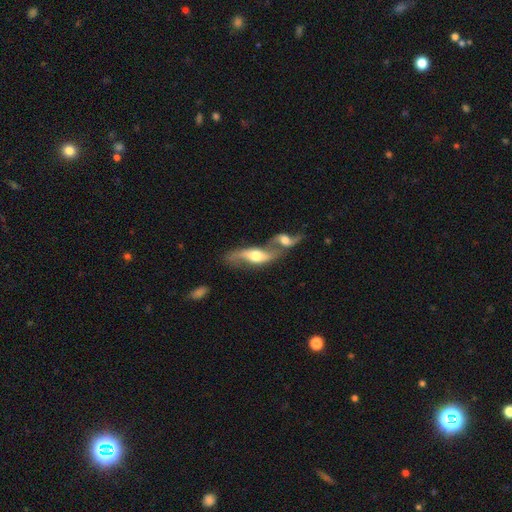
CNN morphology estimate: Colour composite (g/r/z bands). It shows a featured or disk galaxy (67%). Merging: merger (61%).